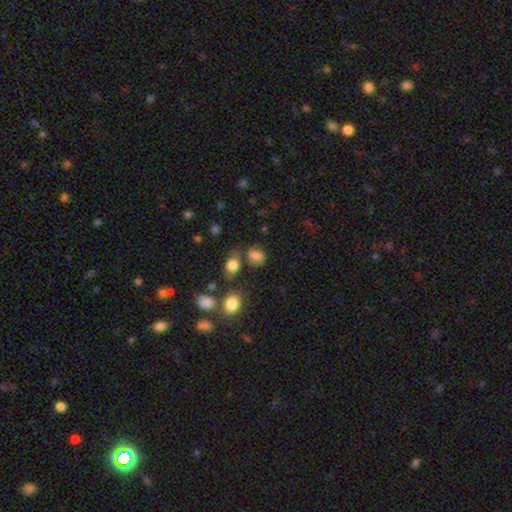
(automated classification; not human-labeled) Overall: smooth (77%). How rounded: in between (59%; round 39%). Merging: none (63%).